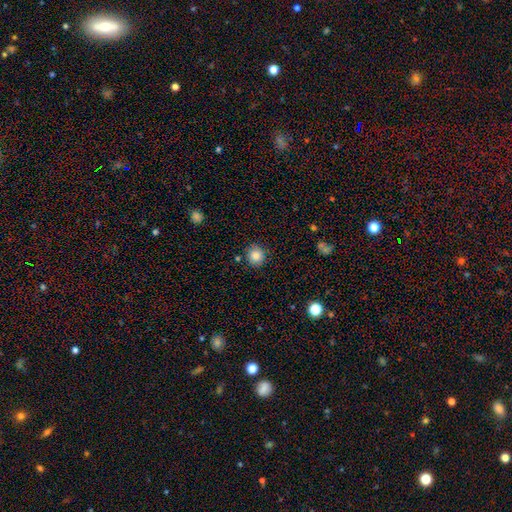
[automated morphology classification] This is clearly a smooth galaxy (84%). How rounded: clearly round (86%). Merging: clearly none (85%).